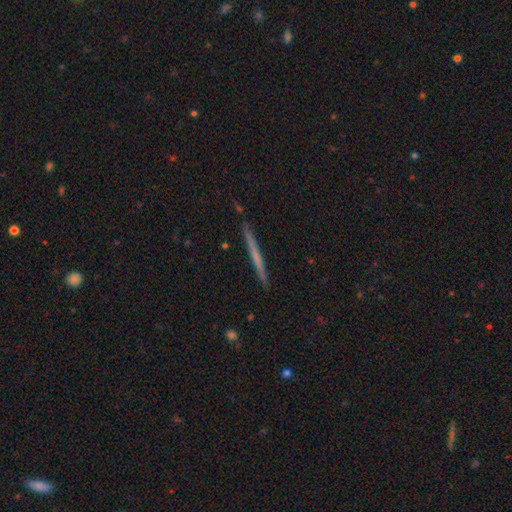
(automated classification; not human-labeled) Smooth or featured: featured or disk — 47% (tied with smooth — 47%)
Merging: none — 92% (minor disturbance — 6%)